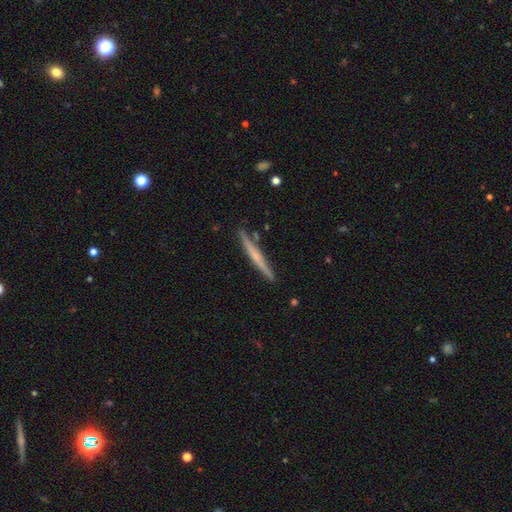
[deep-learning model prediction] Morphology: type=featured or disk (56%); edge-on=yes (97%); edge-on bulge=none (51%); merging=none (88%).